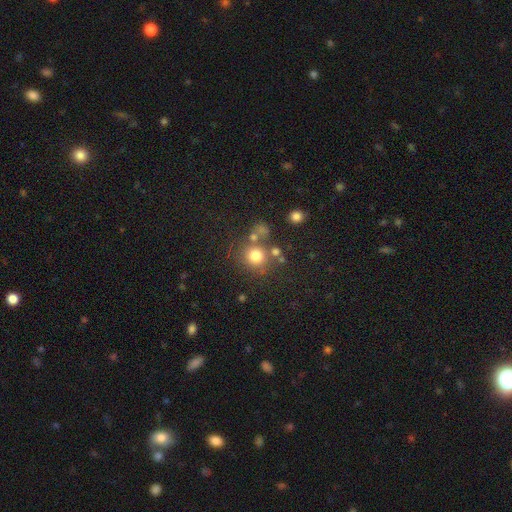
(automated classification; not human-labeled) Smooth or featured: smooth — 75% (star or artifact — 15%)
How rounded: round — 89% (in between — 10%)
Merging: none — 67% (merger — 15%)